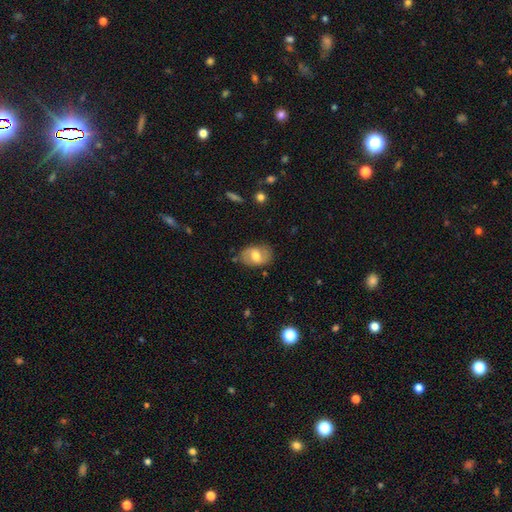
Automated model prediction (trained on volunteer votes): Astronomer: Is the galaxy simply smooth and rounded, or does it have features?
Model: smooth — 56% (runner-up: featured or disk, 37%).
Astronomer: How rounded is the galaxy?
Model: in between — 82%.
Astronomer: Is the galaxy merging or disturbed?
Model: none — 74%.